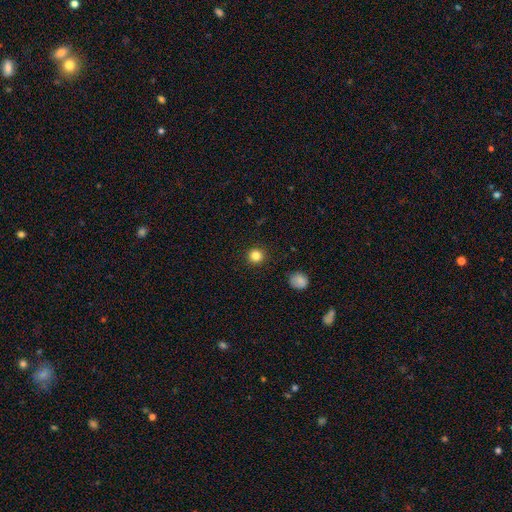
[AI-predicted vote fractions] smooth 84%, star or artifact 12%, featured or disk 4%. Down the decision tree: how rounded — round (94%); merging — none (92%).